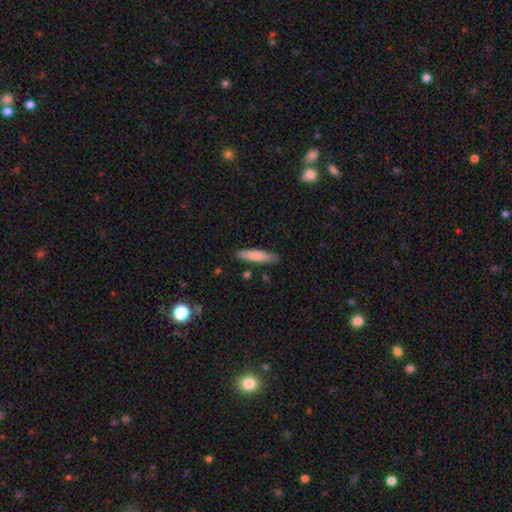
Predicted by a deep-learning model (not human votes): smooth 79%, featured or disk 15%, star or artifact 5%. Down the decision tree: how rounded — cigar-shaped (80%); merging — none (85%).